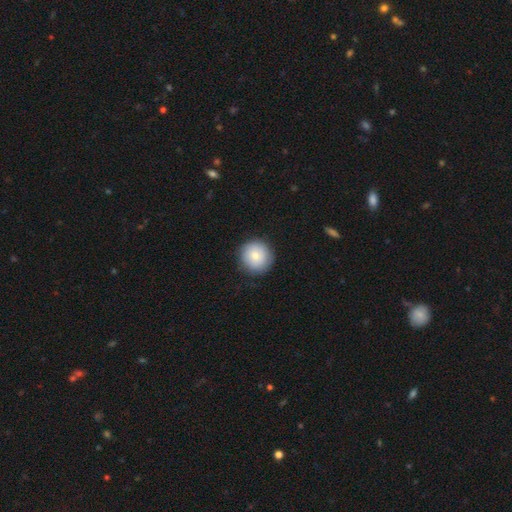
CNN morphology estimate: Q: Smooth or featured?
A: smooth (78%); runner-up: featured or disk (14%)
Q: How rounded?
A: round (95%); runner-up: in between (4%)
Q: Merging?
A: none (88%); runner-up: minor disturbance (9%)